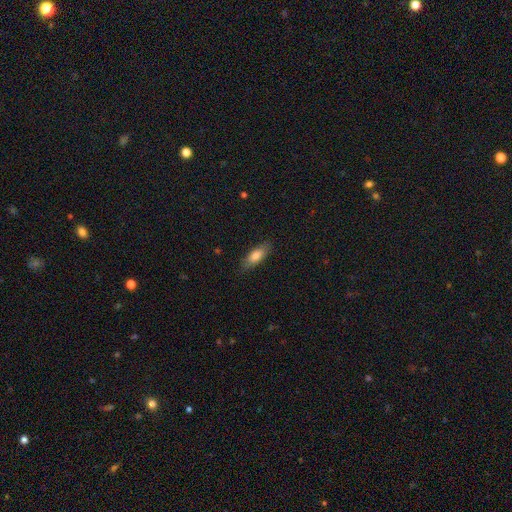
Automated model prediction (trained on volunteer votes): smooth 78%, featured or disk 16%, star or artifact 6%. Down the decision tree: how rounded — in between (66%); merging — none (82%).